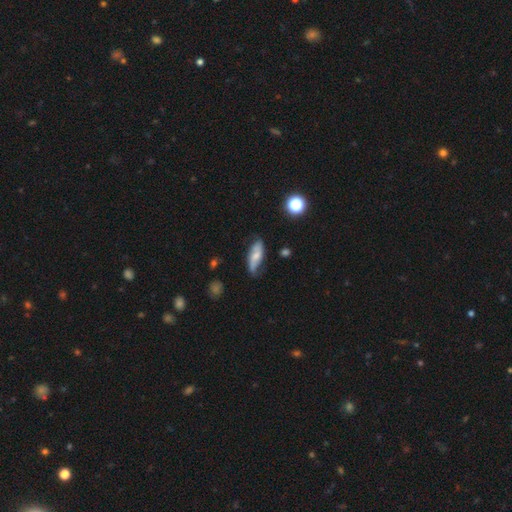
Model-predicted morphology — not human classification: The model was most divided on "smooth or featured" (2-way tie): featured or disk: 46%, smooth: 46%, star or artifact: 8%. More confident: merging — none (62%).